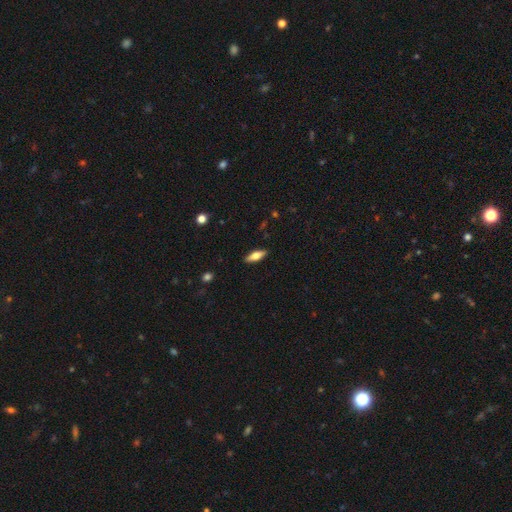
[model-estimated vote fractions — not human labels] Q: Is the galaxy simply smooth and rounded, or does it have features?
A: smooth — 57%.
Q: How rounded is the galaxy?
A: in between — 55%.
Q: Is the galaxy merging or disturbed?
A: none — 89%.